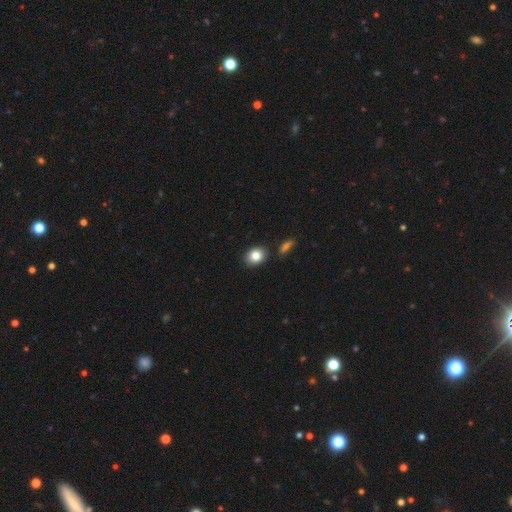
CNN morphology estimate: Smooth or featured? Predicted: smooth (p=0.84). How rounded? Predicted: in between (p=0.51). Merging? Predicted: none (p=0.84).